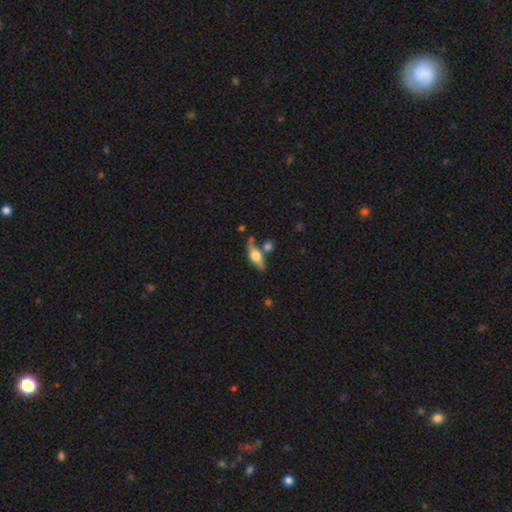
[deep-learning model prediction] Q: Smooth or featured?
A: featured or disk (49%); runner-up: smooth (44%)
Q: Merging?
A: none (62%); runner-up: minor disturbance (16%)